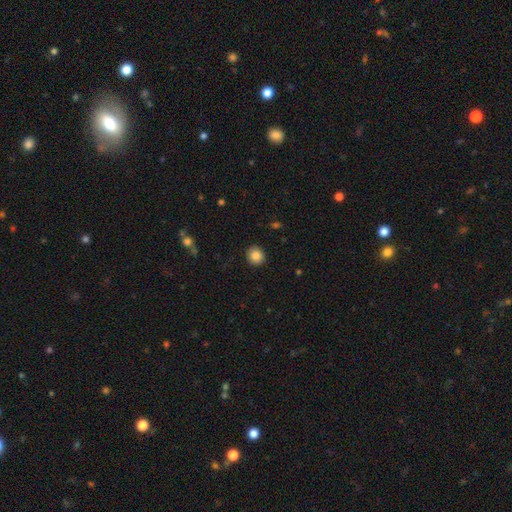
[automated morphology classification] type=smooth (85%); roundness=round (89%); merging=none (92%).